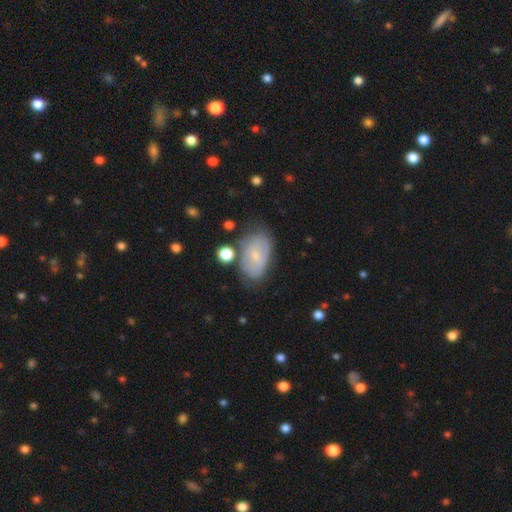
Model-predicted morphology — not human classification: Overall: smooth (54%; featured or disk 38%). How rounded: in between (91%). Merging: none (58%; minor disturbance 27%).